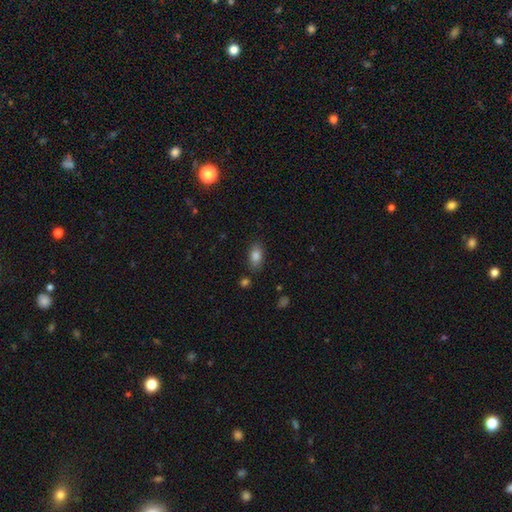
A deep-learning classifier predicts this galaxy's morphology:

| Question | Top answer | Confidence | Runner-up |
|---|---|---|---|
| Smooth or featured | smooth | 85% | star or artifact (9%) |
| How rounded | in between | 88% | round (7%) |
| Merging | none | 82% | minor disturbance (12%) |